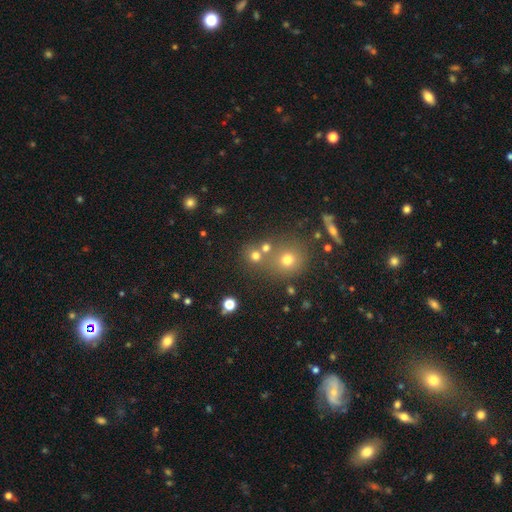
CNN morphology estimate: Overall: smooth (70%). How rounded: round (88%). Merging: none (60%; merger 28%).